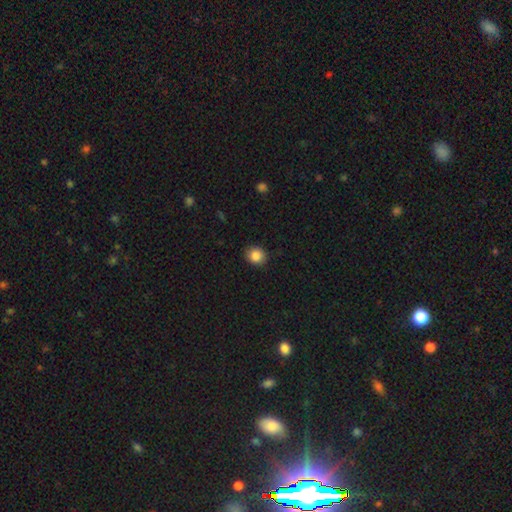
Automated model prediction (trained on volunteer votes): smooth_or_featured: smooth (p=0.86) [alt: star or artifact p=0.09]
how_rounded: round (p=0.77) [alt: in between p=0.23]
merging: none (p=0.89) [alt: minor disturbance p=0.08]